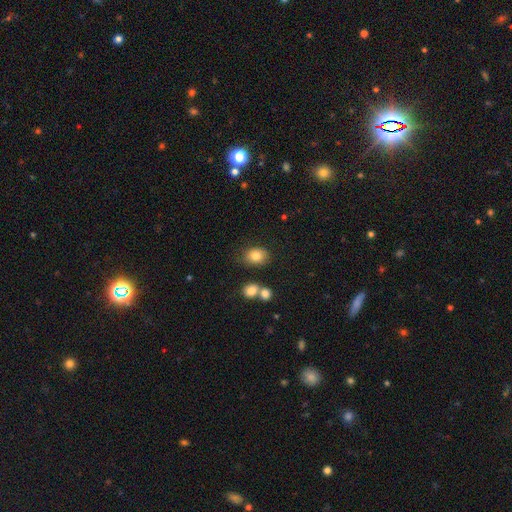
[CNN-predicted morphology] This is clearly a smooth galaxy (82%). How rounded: possibly in between (58%). Merging: likely none (72%).